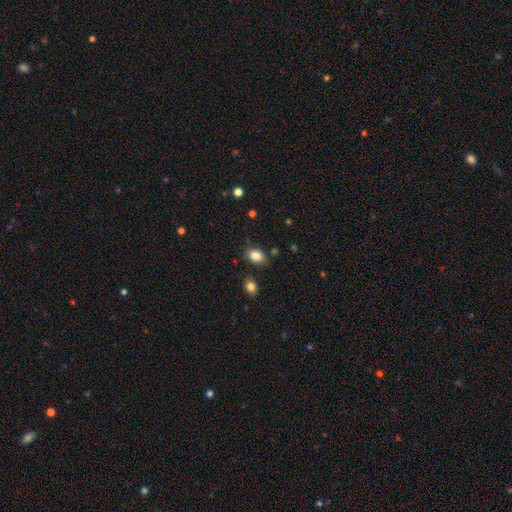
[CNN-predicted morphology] type=smooth (85%); roundness=in between (78%); merging=none (81%).